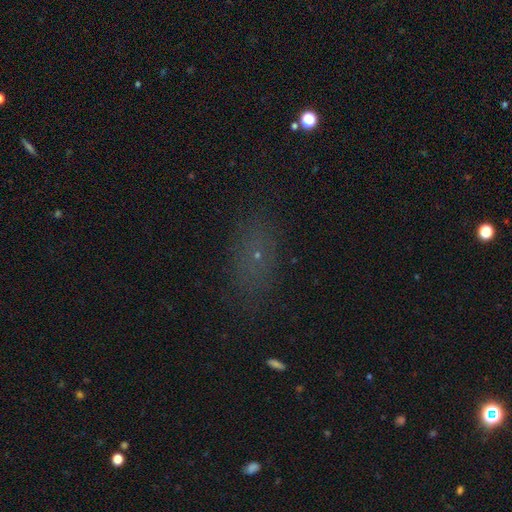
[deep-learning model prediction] This is possibly a smooth galaxy (54%). How rounded: likely in between (76%). Merging: likely none (79%).